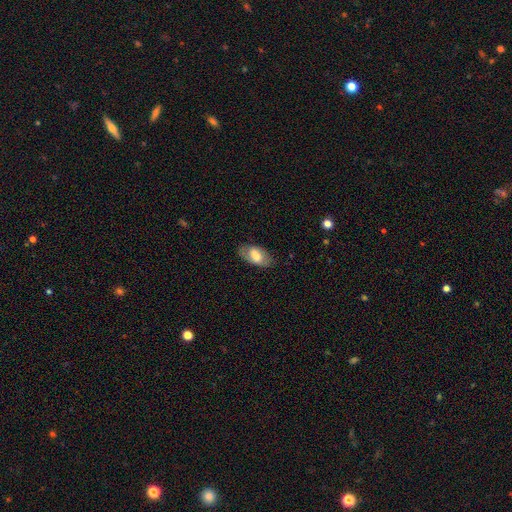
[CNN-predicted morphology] This is likely a smooth galaxy (68%). How rounded: clearly in between (93%). Merging: likely none (78%).